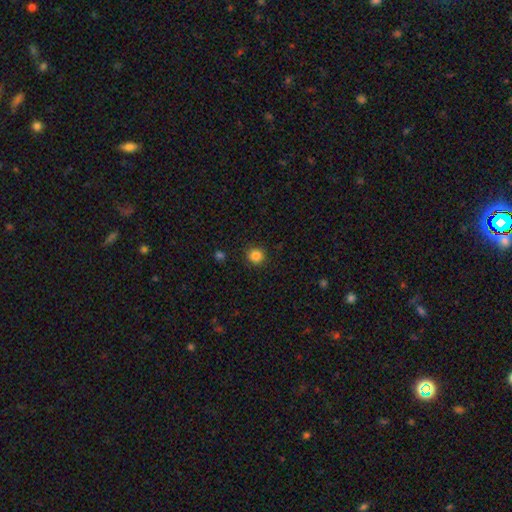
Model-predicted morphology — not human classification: The model was most divided on "smooth or featured": smooth: 85%, star or artifact: 11%, featured or disk: 3%. More confident: how rounded — round (91%); merging — none (90%).